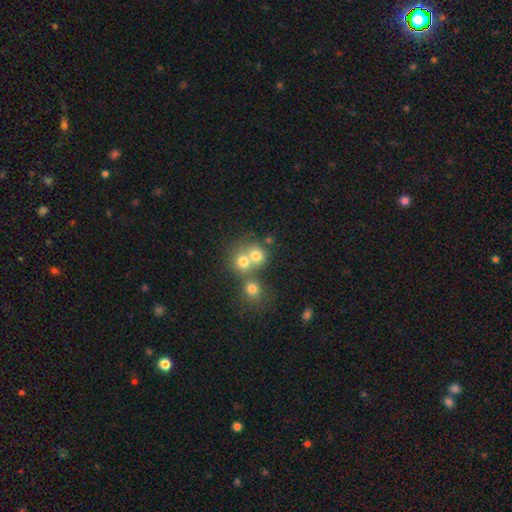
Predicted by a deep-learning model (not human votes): Smooth or featured: smooth — 71% (featured or disk — 16%)
How rounded: round — 80% (in between — 19%)
Merging: merger — 53% (none — 37%)